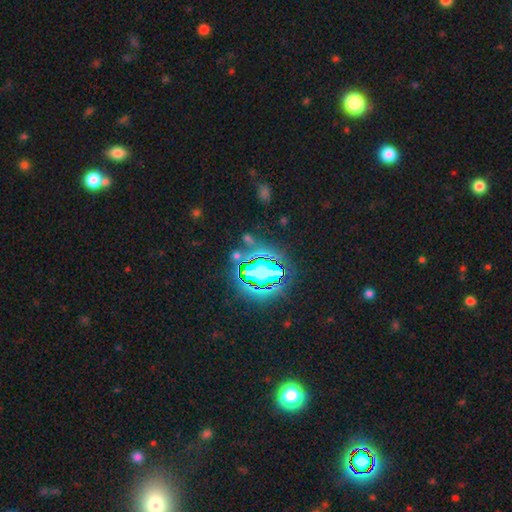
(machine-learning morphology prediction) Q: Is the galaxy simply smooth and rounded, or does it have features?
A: star or artifact — 83%.